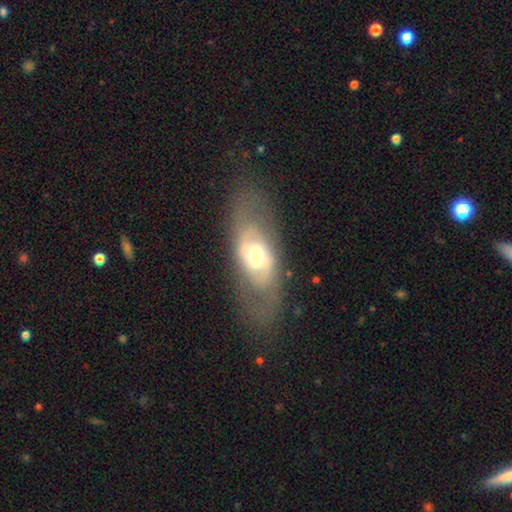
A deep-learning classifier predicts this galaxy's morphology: type=featured or disk (60%); edge-on=no (83%); merging=none (73%).